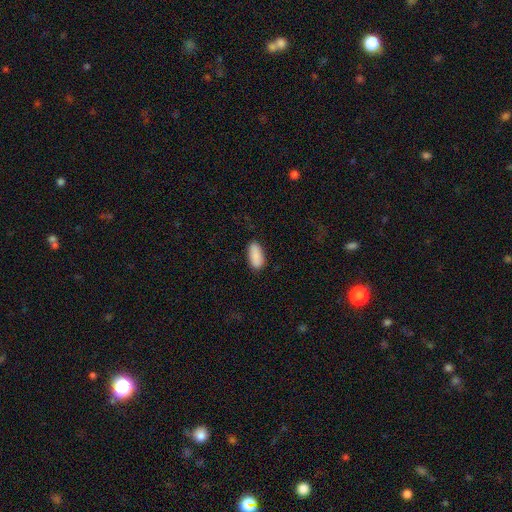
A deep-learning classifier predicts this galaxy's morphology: Overall: smooth (89%). How rounded: in between (89%). Merging: none (85%).